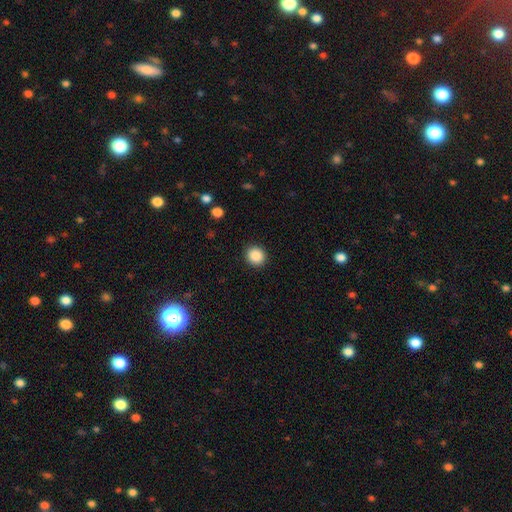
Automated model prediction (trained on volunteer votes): This is clearly a smooth galaxy (88%). How rounded: clearly round (89%). Merging: clearly none (92%).